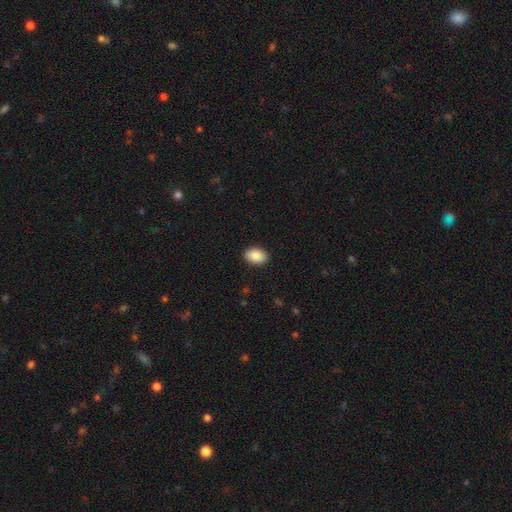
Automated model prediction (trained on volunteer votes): The model was most divided on "how rounded": in between: 83%, round: 16%, cigar-shaped: 1%. More confident: merging — none (90%); smooth or featured — smooth (88%).